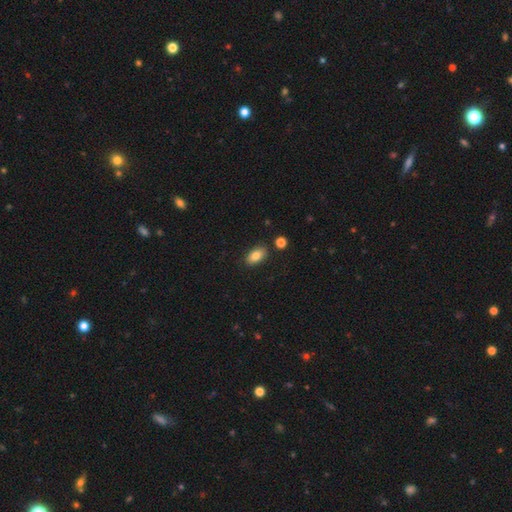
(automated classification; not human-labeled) This is clearly a smooth galaxy (83%). How rounded: clearly in between (90%). Merging: clearly none (85%).